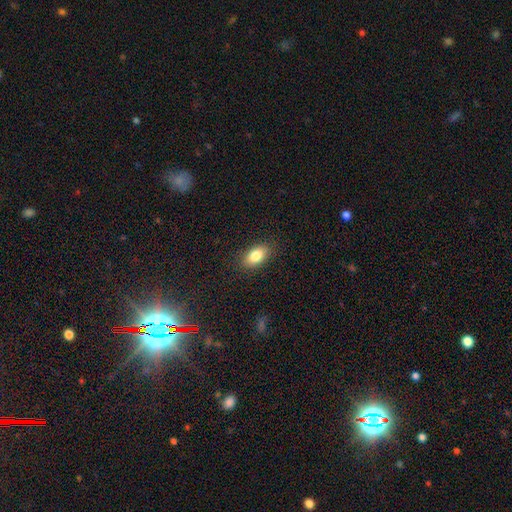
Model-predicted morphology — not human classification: The model was most divided on "smooth or featured": smooth: 82%, featured or disk: 10%, star or artifact: 8%. More confident: how rounded — in between (90%); merging — none (87%).